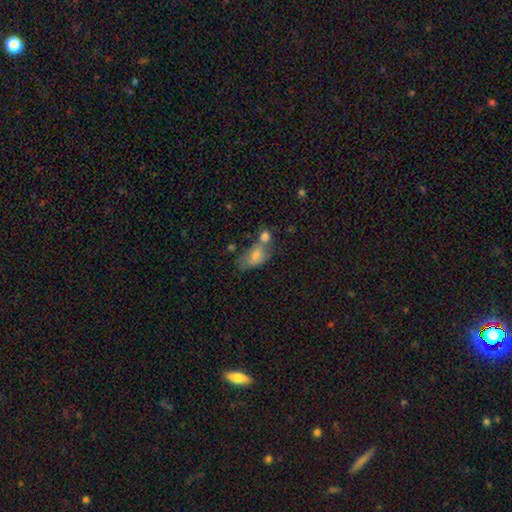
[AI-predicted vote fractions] smooth_or_featured: smooth (p=0.75) [alt: featured or disk p=0.16]
how_rounded: in between (p=0.85) [alt: round p=0.12]
merging: merger (p=0.46) [alt: none p=0.27]